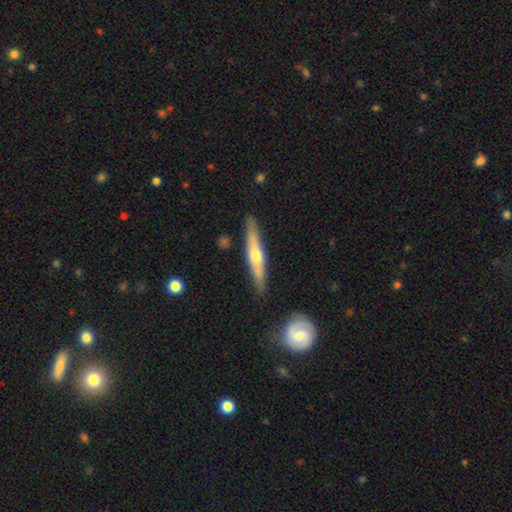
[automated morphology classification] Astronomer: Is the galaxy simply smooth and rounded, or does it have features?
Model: featured or disk — 66%.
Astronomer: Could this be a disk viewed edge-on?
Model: yes — 95%.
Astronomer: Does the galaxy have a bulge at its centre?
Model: rounded — 88%.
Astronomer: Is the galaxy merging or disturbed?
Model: none — 87%.